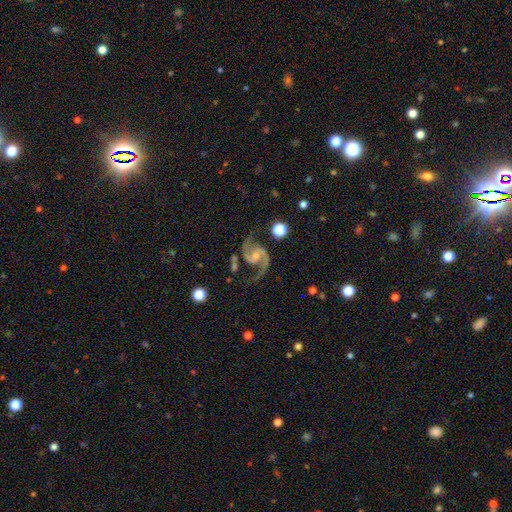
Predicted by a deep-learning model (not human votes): Smooth or featured: featured or disk — 93% (star or artifact — 4%)
Edge-on disk: no — 98% (yes — 2%)
Bar: no — 51% (weak — 38%)
Spiral arms: yes — 98% (no — 2%)
Spiral winding: medium — 53% (loose — 37%)
Spiral arm count: 2 — 94% (can't tell — 1%)
Bulge size: small — 58% (moderate — 36%)
Merging: none — 74% (minor disturbance — 15%)